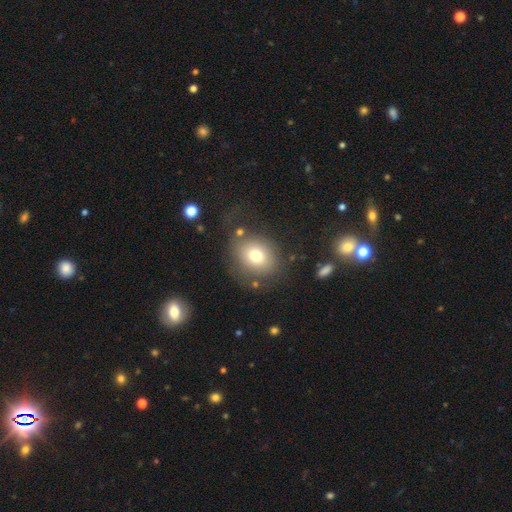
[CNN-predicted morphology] This is likely a smooth galaxy (73%). How rounded: likely round (61%). Merging: likely none (63%).